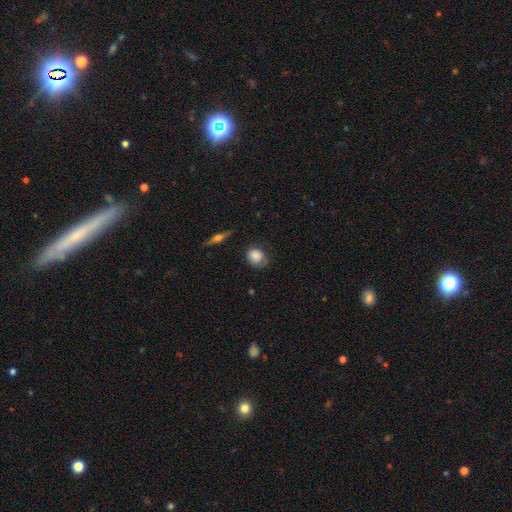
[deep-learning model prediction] Smooth or featured?
  - smooth: 83% *
  - featured or disk: 9%
  - star or artifact: 7%
How rounded?
  - round: 66% *
  - in between: 32%
  - cigar-shaped: 2%
Merging?
  - none: 61% *
  - minor disturbance: 30%
  - major disturbance: 8%
  - merger: 2%